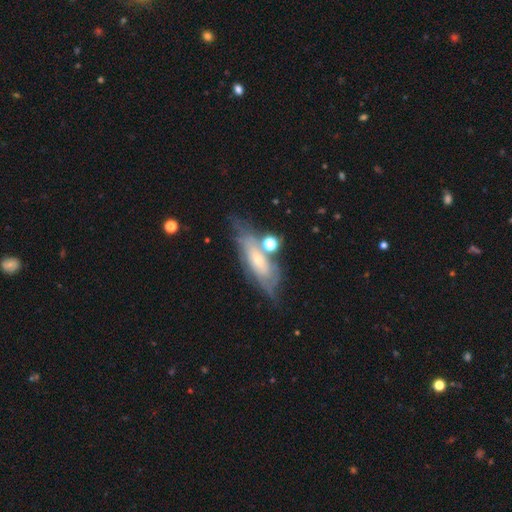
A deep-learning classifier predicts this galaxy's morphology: smooth_or_featured: featured or disk (p=0.63) [alt: smooth p=0.27]
disk_edge_on: no (p=0.65) [alt: yes p=0.35]
merging: none (p=0.63) [alt: minor disturbance p=0.20]